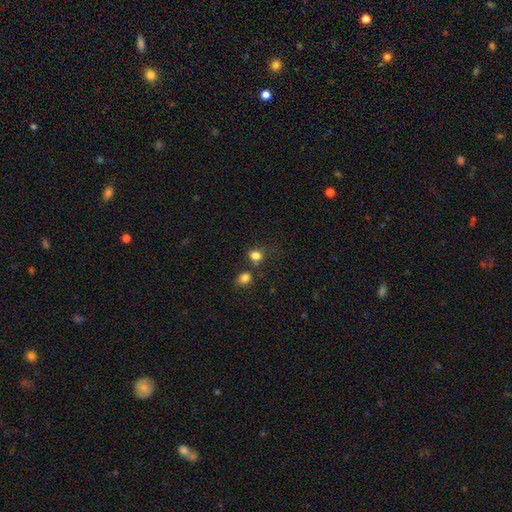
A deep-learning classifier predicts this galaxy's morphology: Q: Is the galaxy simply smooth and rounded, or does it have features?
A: smooth — 80%.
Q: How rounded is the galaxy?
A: round — 55%.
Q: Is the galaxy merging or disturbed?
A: none — 55%.